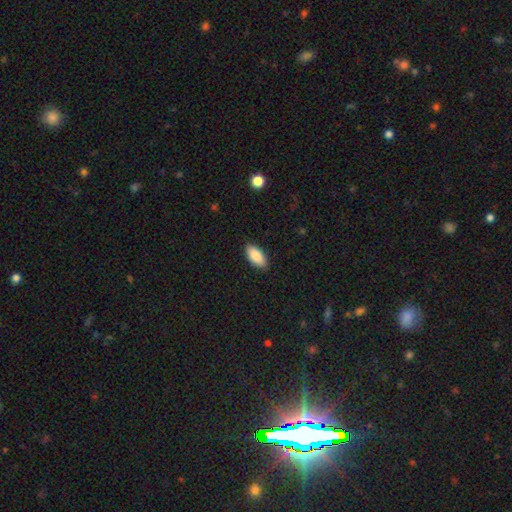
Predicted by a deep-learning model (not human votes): Smooth or featured?
  - smooth: 87% *
  - featured or disk: 7%
  - star or artifact: 6%
How rounded?
  - in between: 92% *
  - cigar-shaped: 6%
  - round: 2%
Merging?
  - none: 88% *
  - minor disturbance: 9%
  - major disturbance: 2%
  - merger: 1%